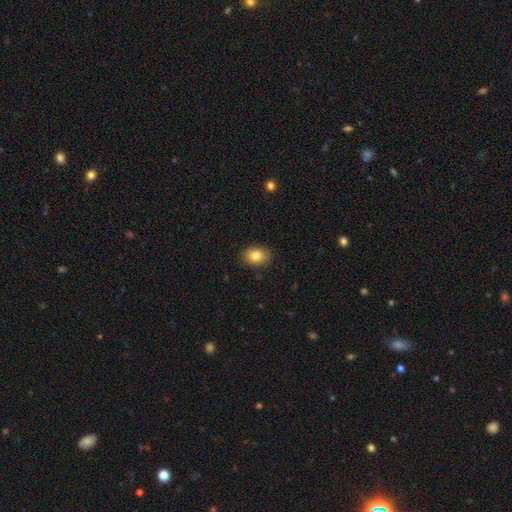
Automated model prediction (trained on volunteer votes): This is clearly a smooth galaxy (84%). How rounded: likely in between (68%). Merging: clearly none (88%).